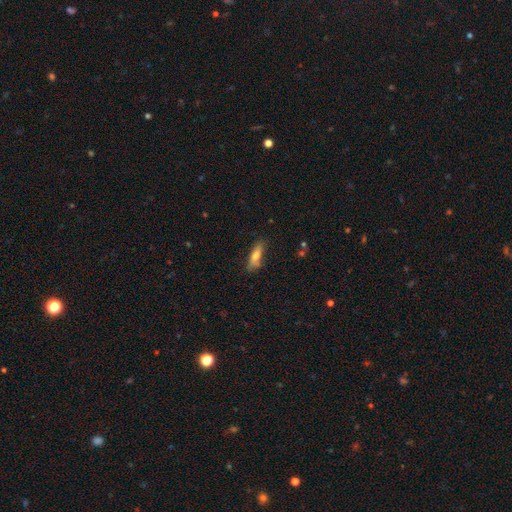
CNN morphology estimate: smooth-or-featured: smooth: 72% | featured or disk: 20% | star or artifact: 8%
  how-rounded: in between: 52% | cigar-shaped: 45% | round: 2%
  merging: none: 69% | minor disturbance: 23% | major disturbance: 6% | merger: 3%